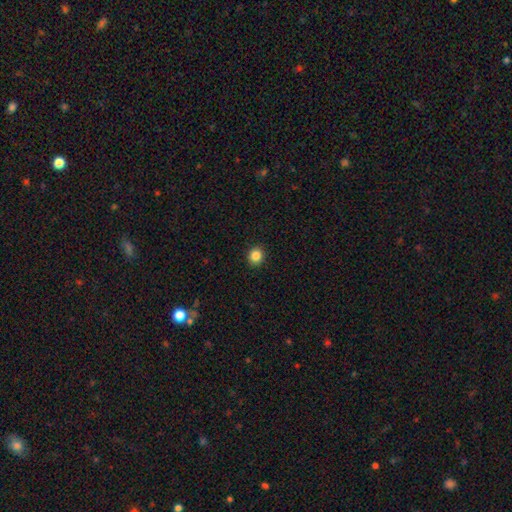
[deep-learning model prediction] smooth 85%, star or artifact 11%, featured or disk 4%. Down the decision tree: how rounded — round (81%); merging — none (92%).